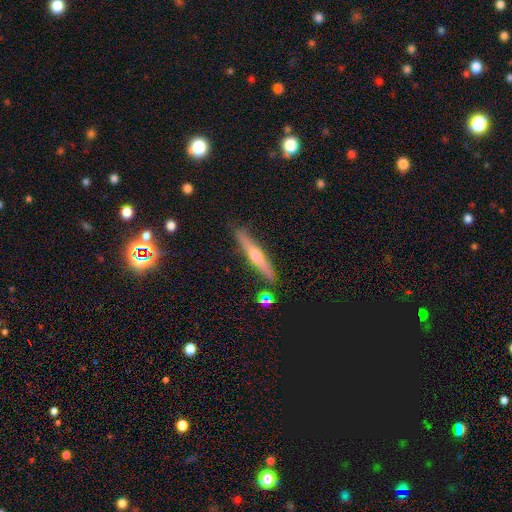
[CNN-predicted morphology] Smooth or featured?
  - featured or disk: 57% *
  - smooth: 36%
  - star or artifact: 7%
Edge-on disk?
  - yes: 95% *
  - no: 5%
Edge-on bulge?
  - rounded: 86% *
  - none: 9%
  - boxy: 4%
Merging?
  - none: 82% *
  - minor disturbance: 12%
  - merger: 4%
  - major disturbance: 2%